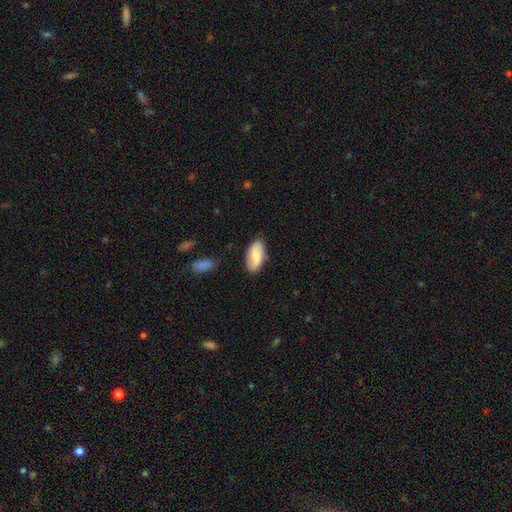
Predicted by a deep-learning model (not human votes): This is likely a smooth galaxy (73%). How rounded: clearly in between (93%). Merging: likely none (78%).